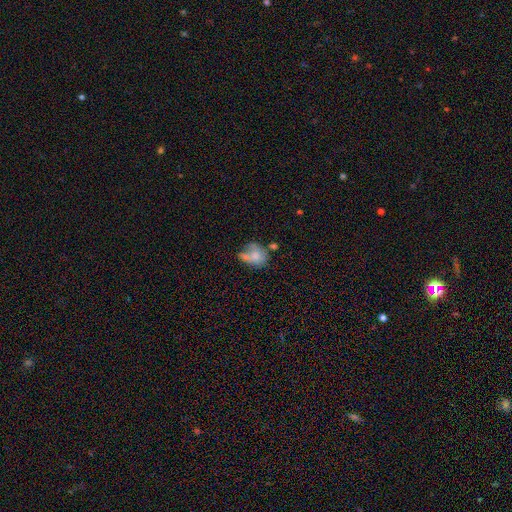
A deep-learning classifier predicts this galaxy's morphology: smooth 63%, featured or disk 26%, star or artifact 11%. Down the decision tree: how rounded — in between (51%); merging — none (30%).